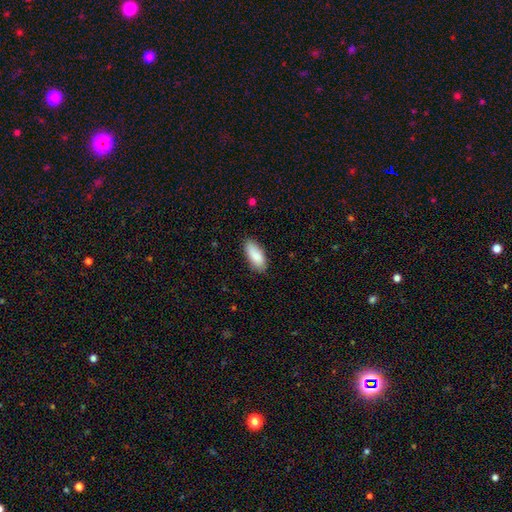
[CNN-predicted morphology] smooth_or_featured: smooth (p=0.87) [alt: featured or disk p=0.07]
how_rounded: in between (p=0.83) [alt: cigar-shaped p=0.15]
merging: none (p=0.83) [alt: minor disturbance p=0.13]